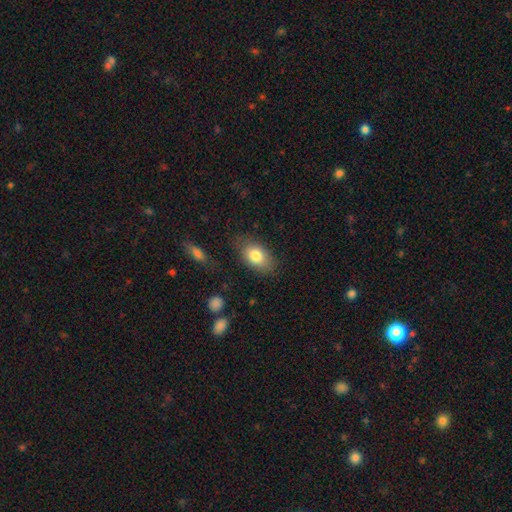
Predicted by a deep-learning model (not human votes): Smooth or featured? smooth (80%)
How rounded? in between (87%)
Merging? none (77%)